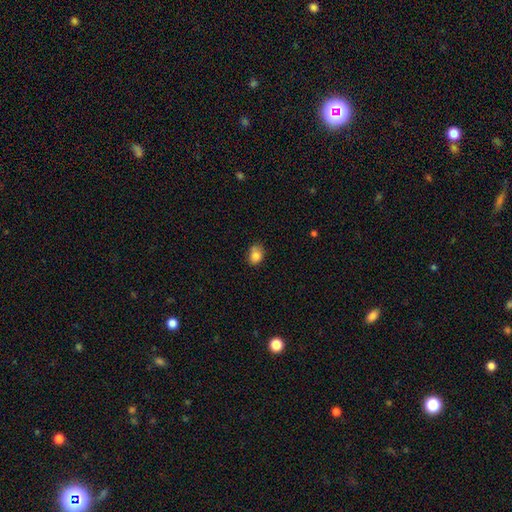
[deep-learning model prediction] This appears to be a smooth galaxy with no disk features (82%) that is in between round and cigar-shaped (56%). Merging: none (68%).